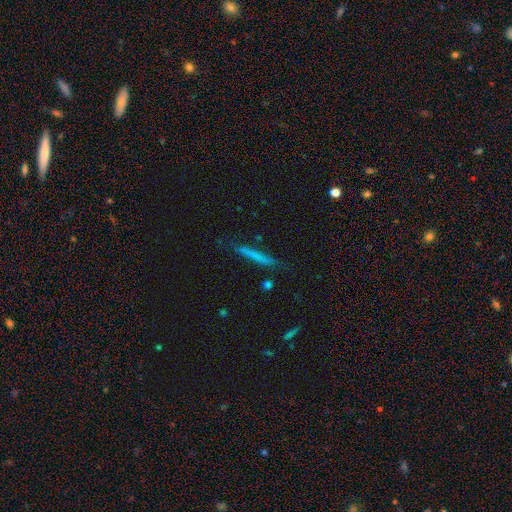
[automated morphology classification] smooth_or_featured: smooth (p=0.61) [alt: featured or disk p=0.32]
how_rounded: cigar-shaped (p=0.95) [alt: in between p=0.03]
merging: none (p=0.81) [alt: minor disturbance p=0.14]